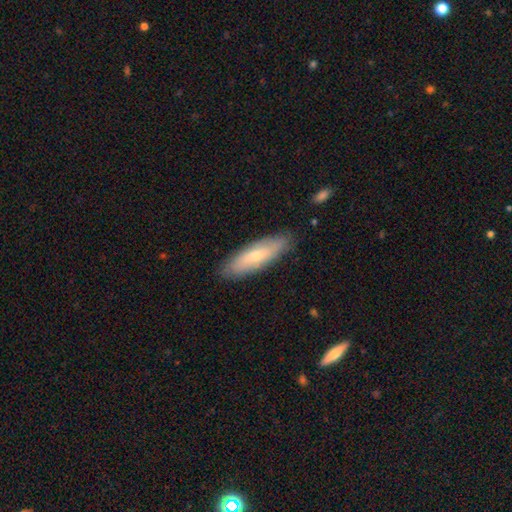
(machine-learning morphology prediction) Smooth or featured? Predicted: smooth (p=0.63). How rounded? Predicted: cigar-shaped (p=0.54). Merging? Predicted: none (p=0.86).